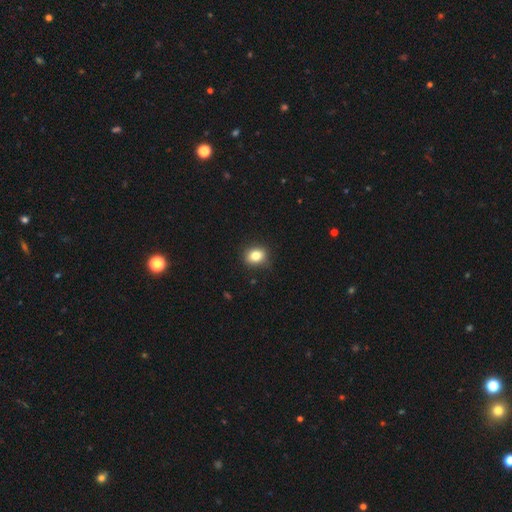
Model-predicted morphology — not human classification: Smooth or featured? smooth (81%)
How rounded? round (54%)
Merging? none (83%)